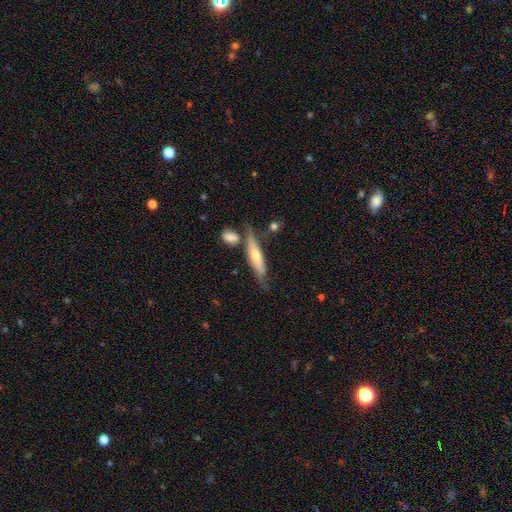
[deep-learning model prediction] smooth_or_featured: featured or disk (p=0.52) [alt: smooth p=0.42]
disk_edge_on: yes (p=0.78) [alt: no p=0.22]
merging: none (p=0.61) [alt: minor disturbance p=0.20]